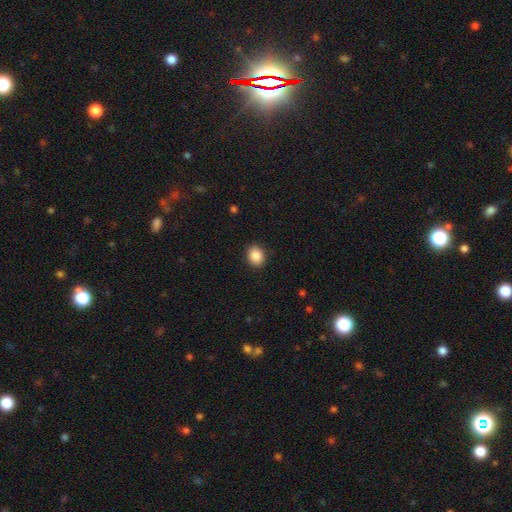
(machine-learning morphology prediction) Smooth or featured? Predicted: smooth (p=0.88). How rounded? Predicted: round (p=0.60). Merging? Predicted: none (p=0.90).